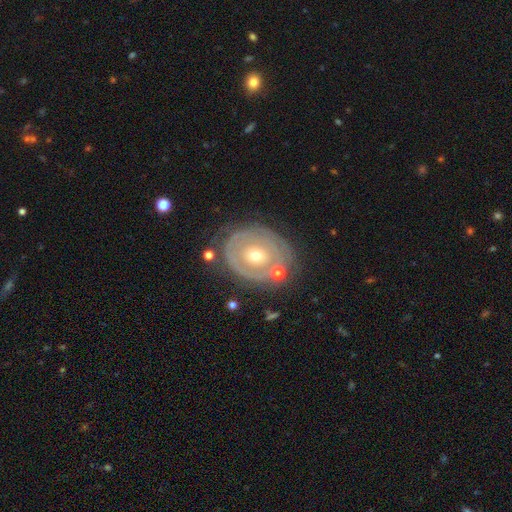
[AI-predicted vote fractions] featured or disk 72%, smooth 22%, star or artifact 6%. Down the decision tree: edge-on disk — no (95%); bar — no (84%); spiral arms — no (53%); bulge size — moderate (49%); merging — none (73%).